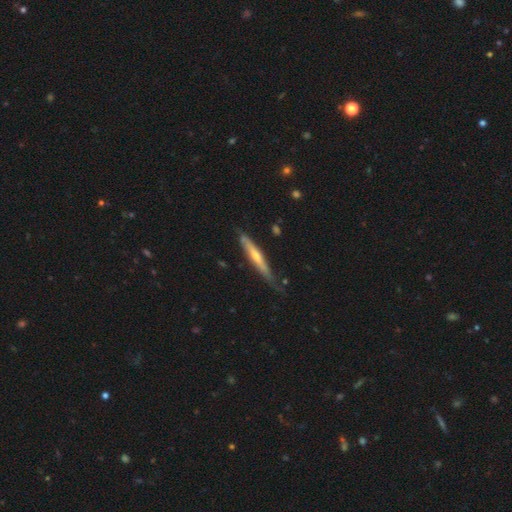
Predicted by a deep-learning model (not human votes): A featured or disk galaxy (62%) viewed edge-on (93%) with a rounded central bulge (72%).

Vote fractions:
- Smooth or featured? featured or disk: 62% / smooth: 33% / star or artifact: 5%
- Edge-on disk? yes: 93% / no: 7%
- Edge-on bulge? rounded: 72% / none: 24% / boxy: 5%
- Merging? none: 70% / minor disturbance: 24% / major disturbance: 4% / merger: 2%